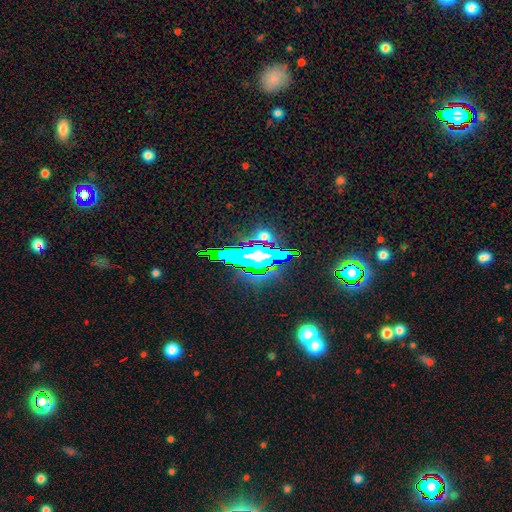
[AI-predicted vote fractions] A star or artifact, not a galaxy (58%).